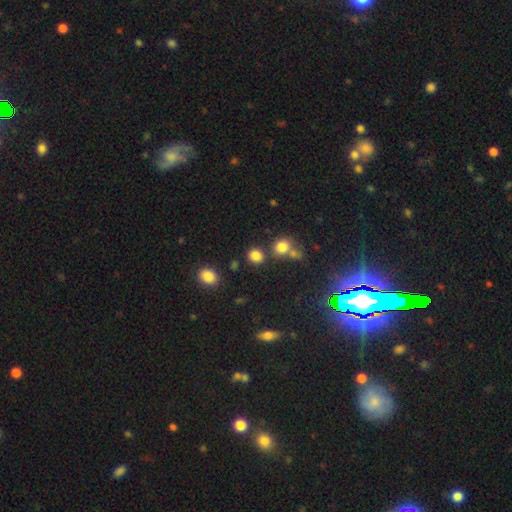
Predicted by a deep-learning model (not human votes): smooth-or-featured: smooth: 82% | star or artifact: 13% | featured or disk: 5%
  how-rounded: round: 73% | in between: 26% | cigar-shaped: 1%
  merging: none: 71% | merger: 14% | minor disturbance: 11% | major disturbance: 4%